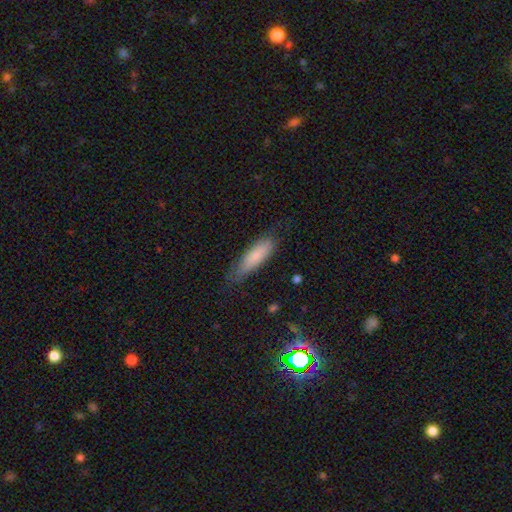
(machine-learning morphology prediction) This appears to be a smooth galaxy with no disk features (78%) that is cigar-shaped (54%). Merging: none (68%).